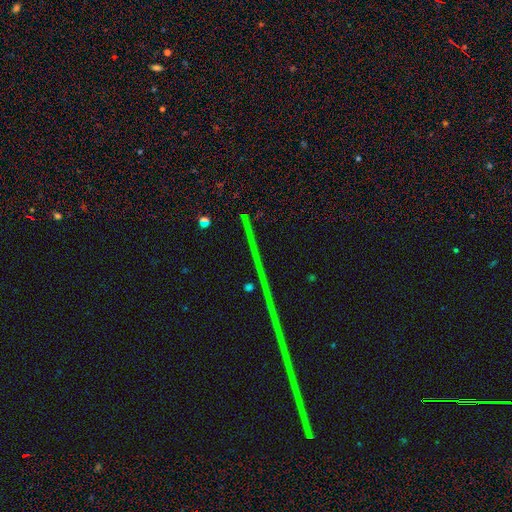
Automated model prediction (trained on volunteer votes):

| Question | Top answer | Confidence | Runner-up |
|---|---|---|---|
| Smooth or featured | star or artifact | 89% | featured or disk (6%) |